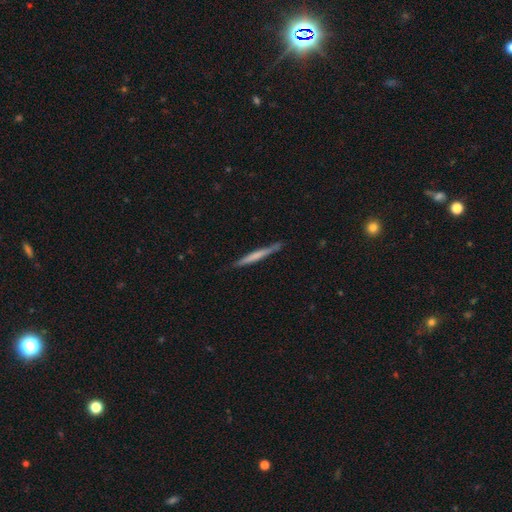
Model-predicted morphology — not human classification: A smooth galaxy with no disk features (51%) that is cigar-shaped (96%).

Vote fractions:
- Smooth or featured? smooth: 51% / featured or disk: 44% / star or artifact: 5%
- How rounded? cigar-shaped: 96% / in between: 2% / round: 1%
- Merging? none: 85% / minor disturbance: 11% / major disturbance: 2% / merger: 1%